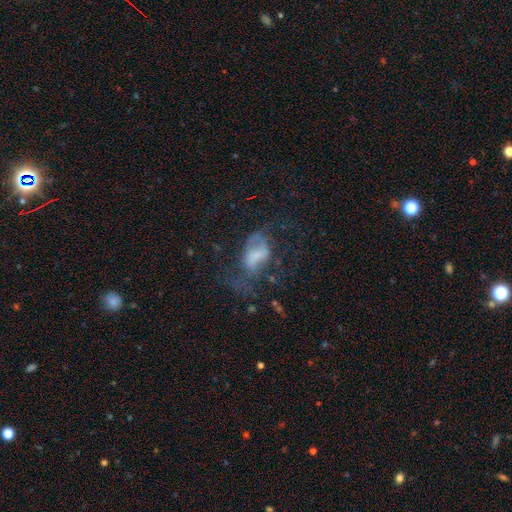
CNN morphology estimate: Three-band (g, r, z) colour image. It shows a featured or disk galaxy (50%). Merging: major disturbance (48%).